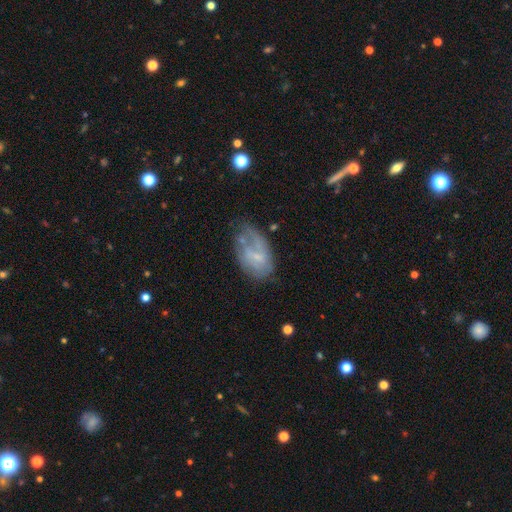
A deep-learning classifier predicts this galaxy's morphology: featured or disk 55%, smooth 36%, star or artifact 9%. Down the decision tree: edge-on disk — no (96%); bar — no (50%); spiral arms — yes (56%); bulge size — small (51%); merging — none (37%).